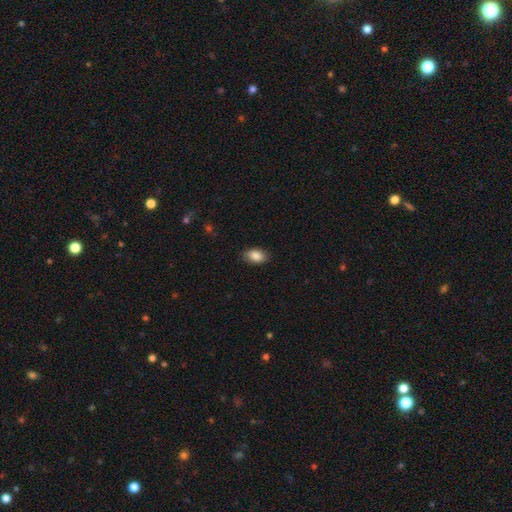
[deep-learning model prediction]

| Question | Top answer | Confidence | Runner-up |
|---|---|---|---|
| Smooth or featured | smooth | 87% | star or artifact (7%) |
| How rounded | in between | 91% | round (7%) |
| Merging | none | 87% | minor disturbance (10%) |